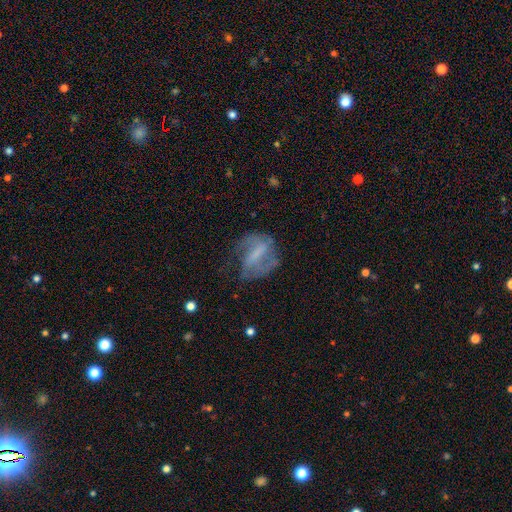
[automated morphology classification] Smooth or featured: featured or disk — 64% (smooth — 27%)
Edge-on disk: no — 95% (yes — 5%)
Bar: strong — 47% (weak — 35%)
Spiral arms: yes — 67% (no — 33%)
Bulge size: none — 46% (small — 29%)
Merging: none — 45% (major disturbance — 27%)